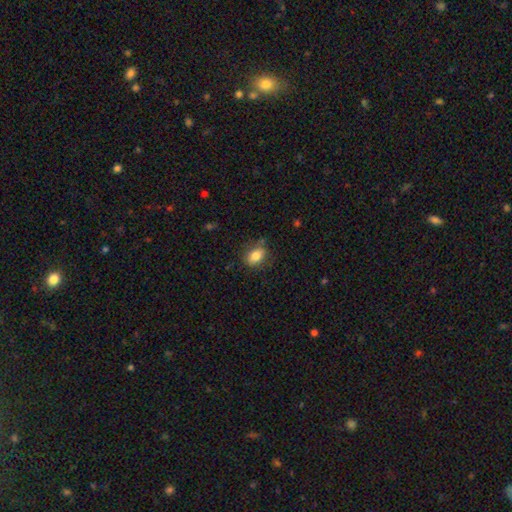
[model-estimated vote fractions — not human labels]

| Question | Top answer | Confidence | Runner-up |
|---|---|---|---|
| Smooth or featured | smooth | 81% | featured or disk (10%) |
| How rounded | in between | 78% | round (20%) |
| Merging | none | 74% | minor disturbance (19%) |